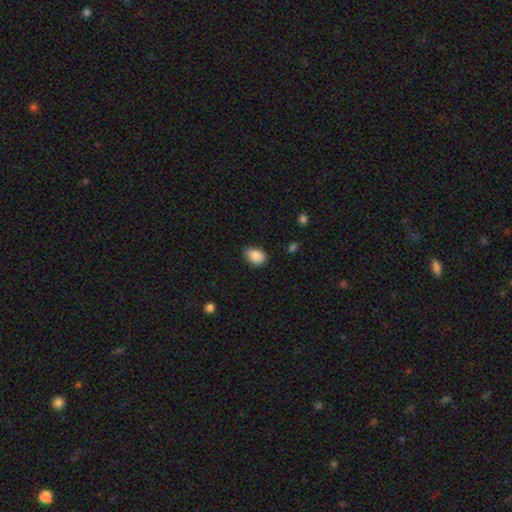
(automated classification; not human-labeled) Smooth or featured? Predicted: smooth (p=0.87). How rounded? Predicted: in between (p=0.79). Merging? Predicted: none (p=0.74).